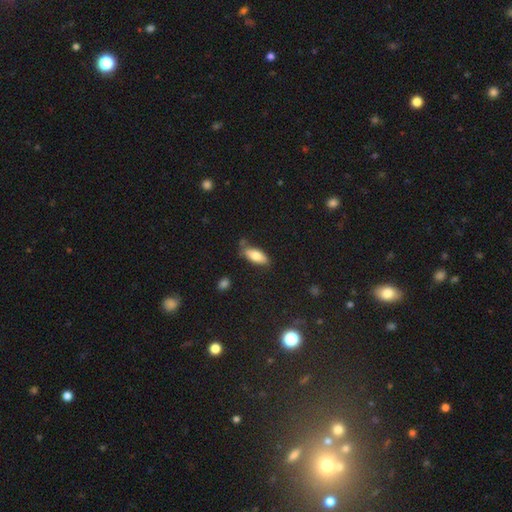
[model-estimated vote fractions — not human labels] A smooth galaxy with no disk features (78%) that is in between round and cigar-shaped (79%).

Vote fractions:
- Smooth or featured? smooth: 78% / featured or disk: 15% / star or artifact: 7%
- How rounded? in between: 79% / cigar-shaped: 18% / round: 2%
- Merging? none: 71% / minor disturbance: 20% / merger: 5% / major disturbance: 4%